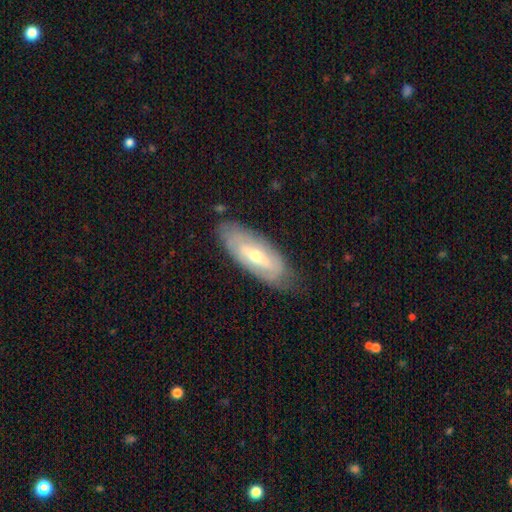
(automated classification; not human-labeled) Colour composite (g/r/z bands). It shows a featured or disk galaxy (60%). Merging: none (75%).